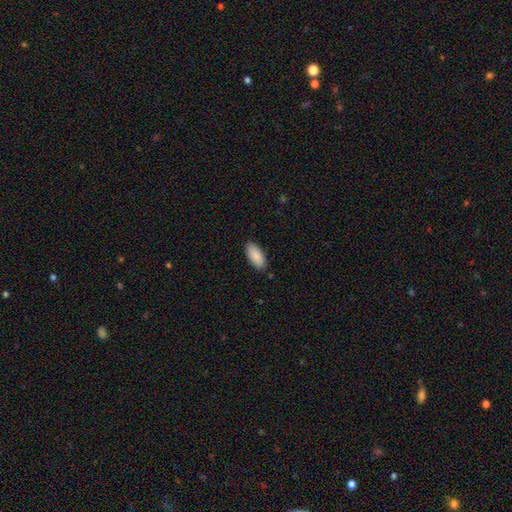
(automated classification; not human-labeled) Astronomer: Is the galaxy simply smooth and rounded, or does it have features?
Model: smooth — 89%.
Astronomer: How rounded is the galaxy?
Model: in between — 90%.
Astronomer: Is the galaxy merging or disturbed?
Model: none — 87%.